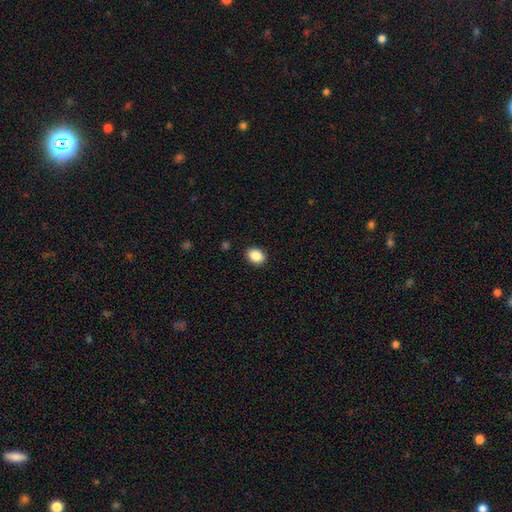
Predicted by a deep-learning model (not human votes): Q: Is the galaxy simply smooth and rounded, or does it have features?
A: smooth — 88%.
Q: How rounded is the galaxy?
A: in between — 65%.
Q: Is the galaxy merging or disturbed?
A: none — 89%.